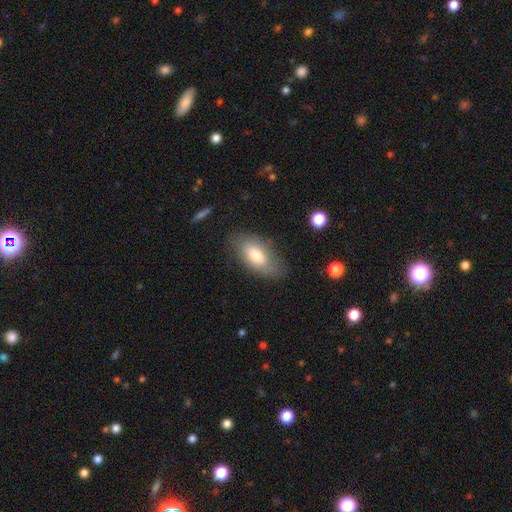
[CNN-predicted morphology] The model was most divided on "smooth or featured": smooth: 72%, featured or disk: 21%, star or artifact: 7%. More confident: how rounded — in between (91%); merging — none (74%).